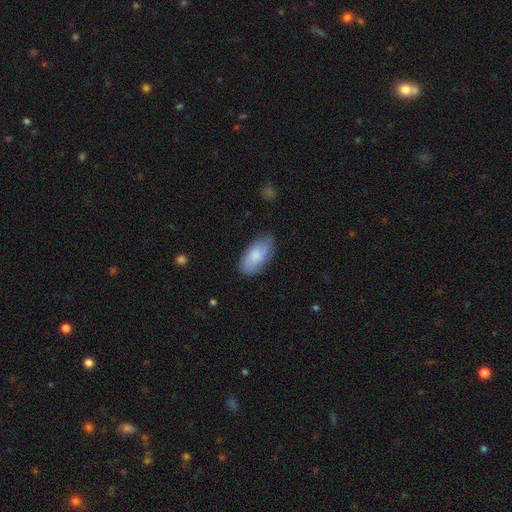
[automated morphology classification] Smooth or featured? smooth (77%)
How rounded? in between (93%)
Merging? none (73%)